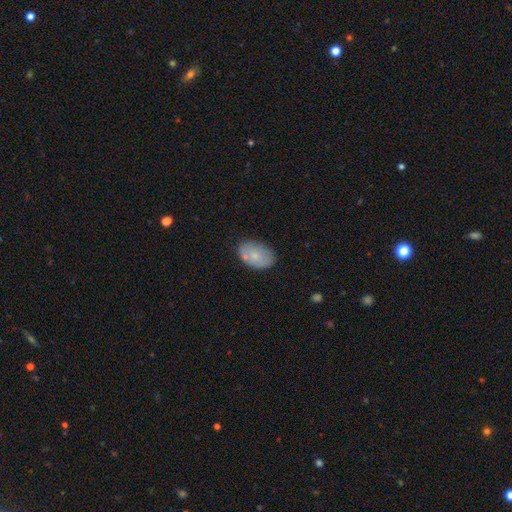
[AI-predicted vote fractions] A smooth galaxy with no disk features (72%) that is in between round and cigar-shaped (88%). Merging: none (71%).